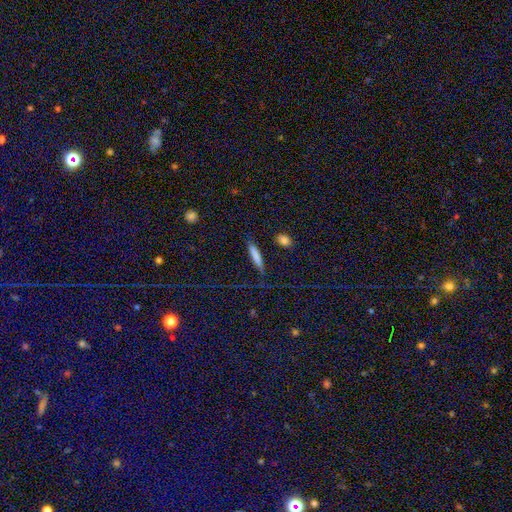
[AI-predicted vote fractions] Smooth or featured? Predicted: smooth (p=0.76). How rounded? Predicted: cigar-shaped (p=0.85). Merging? Predicted: none (p=0.83).